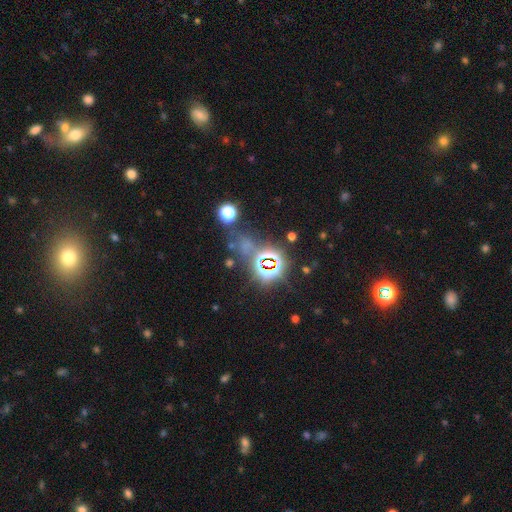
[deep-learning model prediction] This appears to be a star or artifact, not a galaxy (70%).